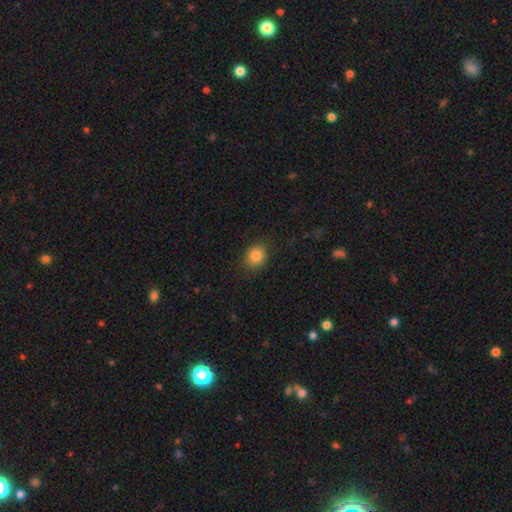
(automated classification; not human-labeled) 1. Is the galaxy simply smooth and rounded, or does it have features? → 84% smooth, 11% star or artifact, 5% featured or disk.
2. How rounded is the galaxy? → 74% round, 25% in between, 1% cigar-shaped.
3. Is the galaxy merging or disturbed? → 85% none, 11% minor disturbance, 3% major disturbance, 1% merger.